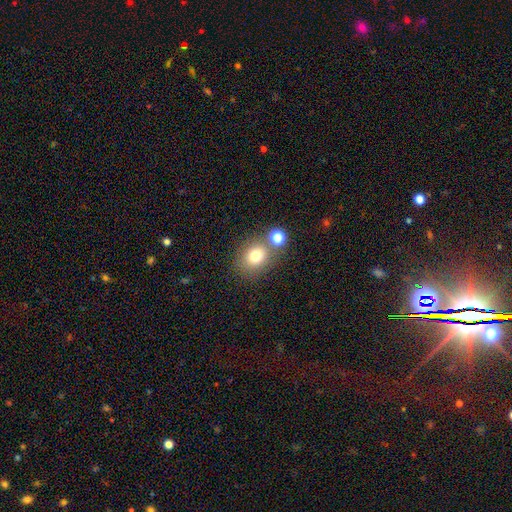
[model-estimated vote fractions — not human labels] This appears to be a smooth galaxy with no disk features (76%) that is round (61%). Merging: none (65%).